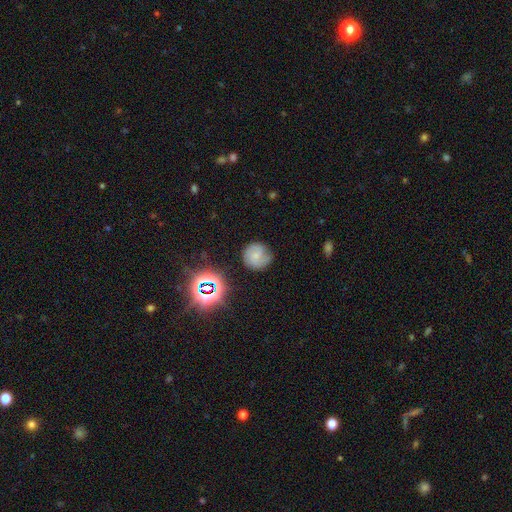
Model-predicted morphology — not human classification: Smooth or featured? Predicted: smooth (p=0.49). Merging? Predicted: none (p=0.67).